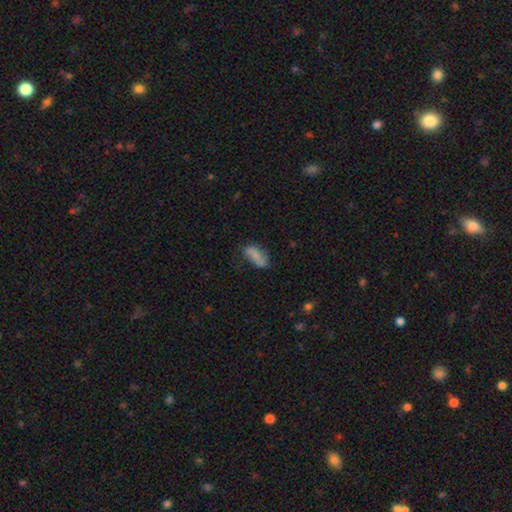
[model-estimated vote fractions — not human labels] A smooth galaxy with no disk features (55%) that is in between round and cigar-shaped (86%).

Vote fractions:
- Smooth or featured? smooth: 55% / featured or disk: 36% / star or artifact: 9%
- How rounded? in between: 86% / cigar-shaped: 10% / round: 4%
- Merging? none: 54% / minor disturbance: 28% / major disturbance: 13% / merger: 5%